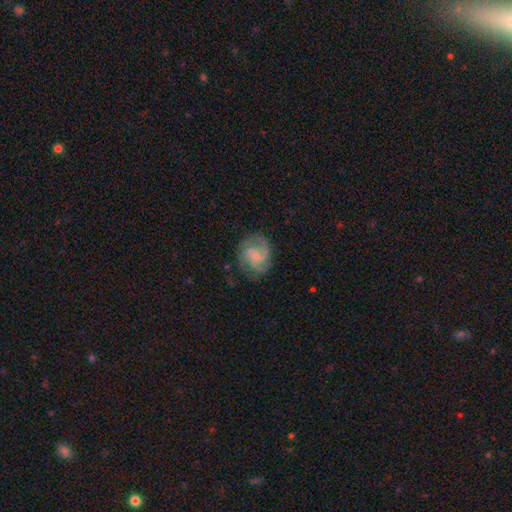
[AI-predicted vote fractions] Overall: featured or disk (83%). Edge-on disk: no (98%). Bar: no (59%; weak 35%). Spiral arms: yes (96%). Spiral arm count: 3 (38%; 2 30%). Spiral winding: medium (48%; tight 40%). Bulge size: small (70%). Merging: none (72%).